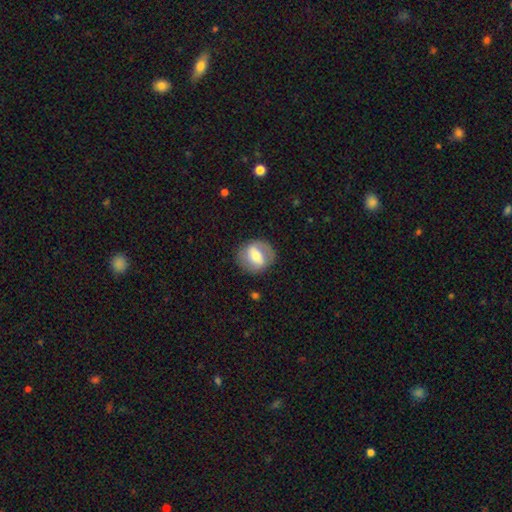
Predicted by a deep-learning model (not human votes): smooth-or-featured: featured or disk: 47% | smooth: 46% | star or artifact: 7%
  merging: none: 79% | minor disturbance: 13% | major disturbance: 6% | merger: 1%